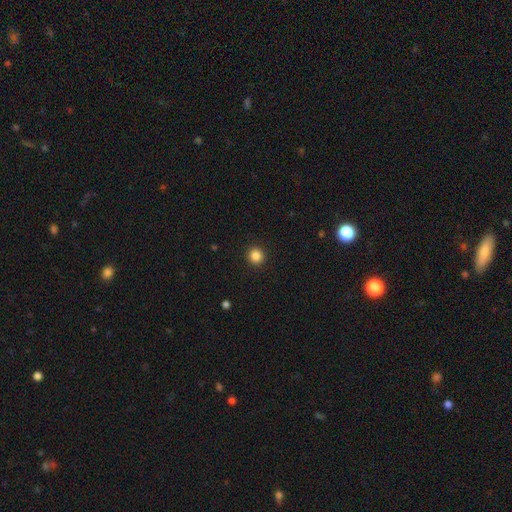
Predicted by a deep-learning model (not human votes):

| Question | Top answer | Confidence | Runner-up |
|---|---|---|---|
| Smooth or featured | smooth | 86% | star or artifact (11%) |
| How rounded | round | 93% | in between (6%) |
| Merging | none | 93% | minor disturbance (5%) |